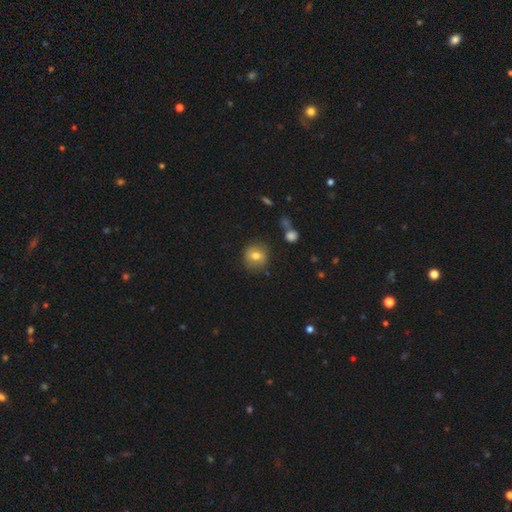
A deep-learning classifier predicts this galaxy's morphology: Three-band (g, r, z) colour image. It shows a smooth galaxy with no disk features (74%) that is round (83%). Merging: none (82%).